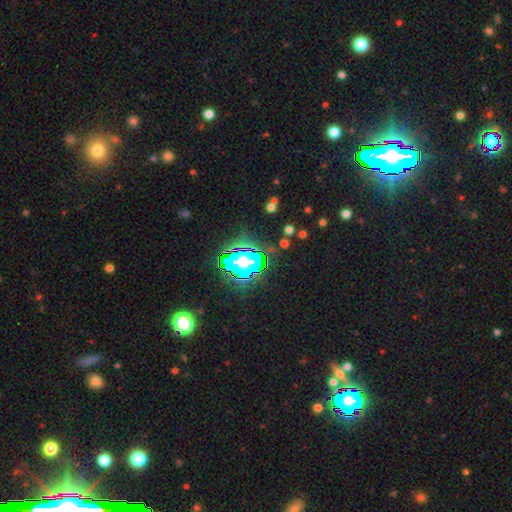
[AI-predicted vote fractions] Overall: star or artifact (81%).